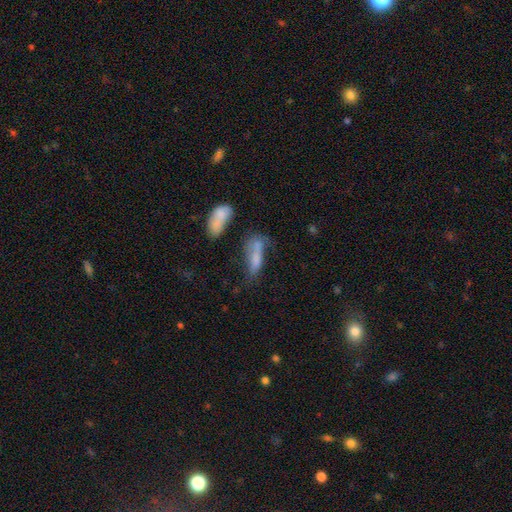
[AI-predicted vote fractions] smooth-or-featured: smooth: 65% | featured or disk: 23% | star or artifact: 12%
  how-rounded: cigar-shaped: 55% | in between: 42% | round: 3%
  merging: none: 34% | merger: 23% | minor disturbance: 23% | major disturbance: 20%